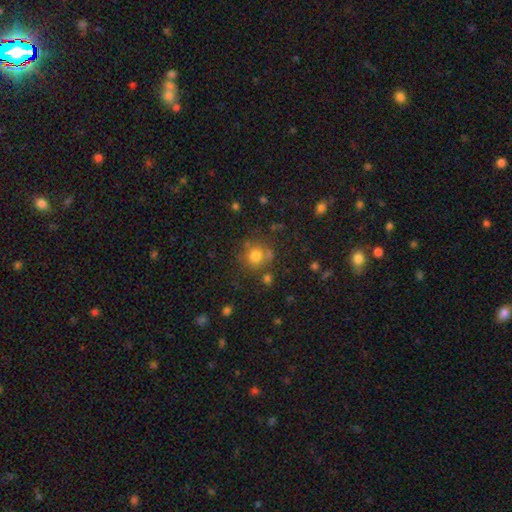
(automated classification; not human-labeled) Smooth or featured? Predicted: smooth (p=0.76). How rounded? Predicted: round (p=0.91). Merging? Predicted: none (p=0.73).